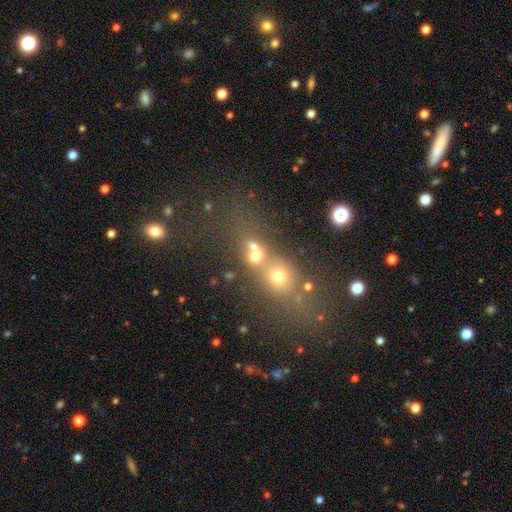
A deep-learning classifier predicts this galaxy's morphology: smooth_or_featured: smooth (p=0.64) [alt: star or artifact p=0.21]
how_rounded: round (p=0.66) [alt: in between p=0.31]
merging: merger (p=0.53) [alt: none p=0.33]